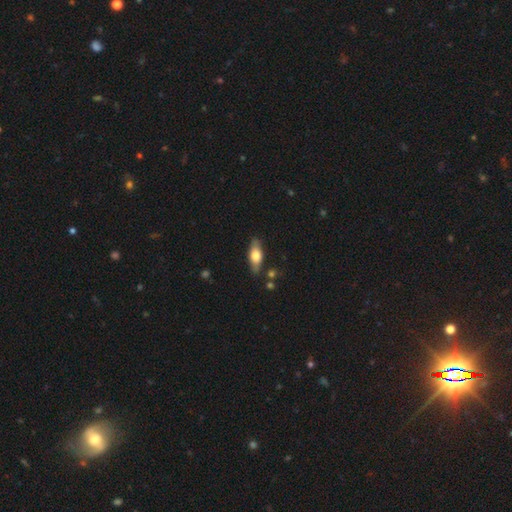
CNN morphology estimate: A smooth galaxy with no disk features (58%) that is in between round and cigar-shaped (71%). Merging: none (81%).